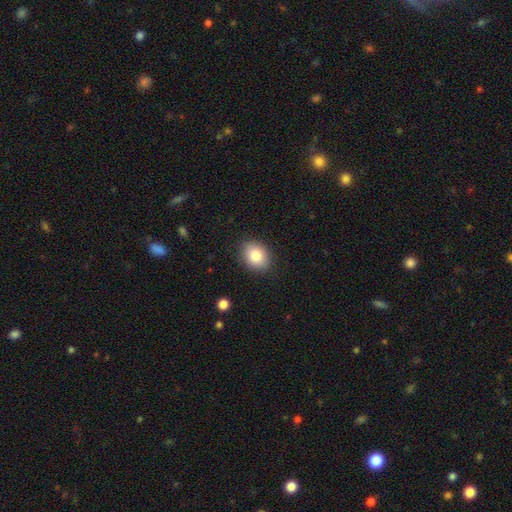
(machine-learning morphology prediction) type=smooth (82%); roundness=in between (61%); merging=none (88%).